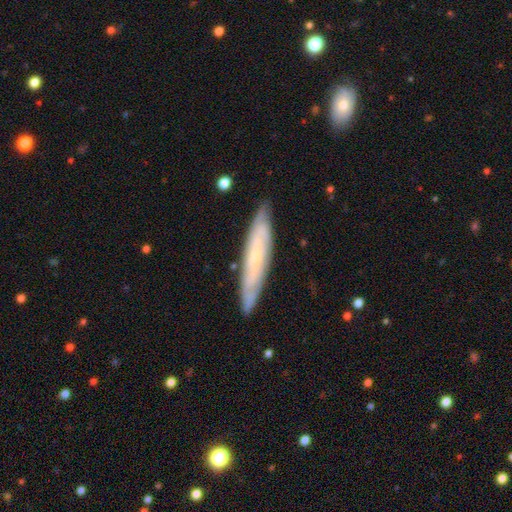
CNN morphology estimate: smooth-or-featured: featured or disk: 58% | smooth: 35% | star or artifact: 7%
  disk-edge-on: yes: 58% | no: 42%
  merging: none: 83% | minor disturbance: 13% | major disturbance: 2% | merger: 1%